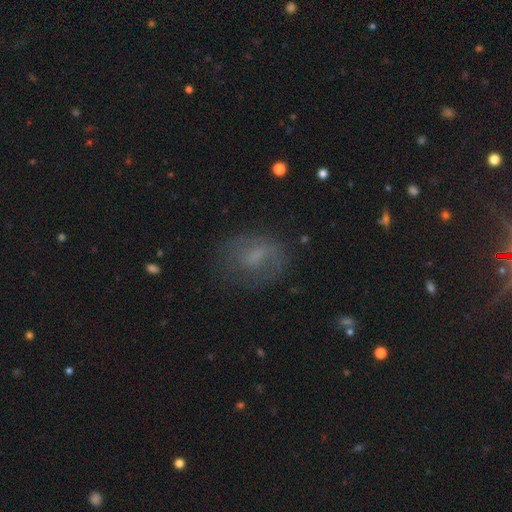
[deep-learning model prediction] Morphology: type=featured or disk (43%); merging=none (63%).